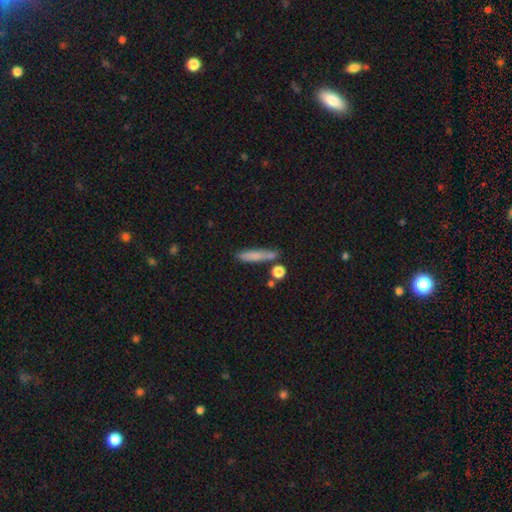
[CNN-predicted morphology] smooth 73%, featured or disk 18%, star or artifact 9%. Down the decision tree: how rounded — cigar-shaped (86%); merging — none (72%).